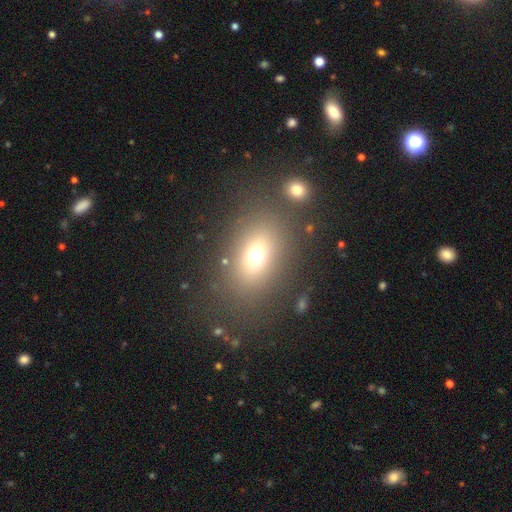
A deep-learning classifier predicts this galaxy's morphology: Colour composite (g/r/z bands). It shows a smooth galaxy with no disk features (68%) that is in between round and cigar-shaped (66%). Merging: none (78%).